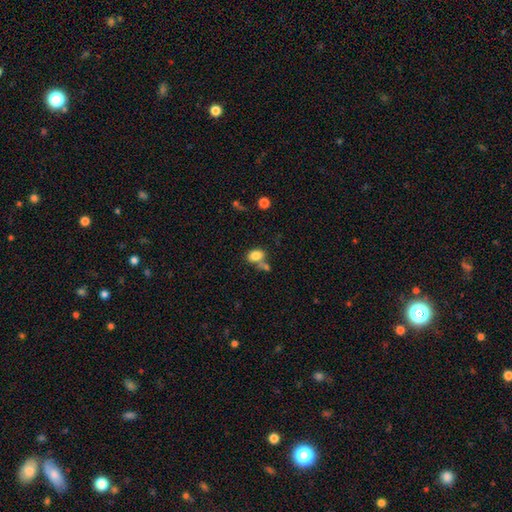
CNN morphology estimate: smooth_or_featured: smooth (p=0.83) [alt: star or artifact p=0.10]
how_rounded: in between (p=0.75) [alt: round p=0.24]
merging: none (p=0.53) [alt: merger p=0.27]